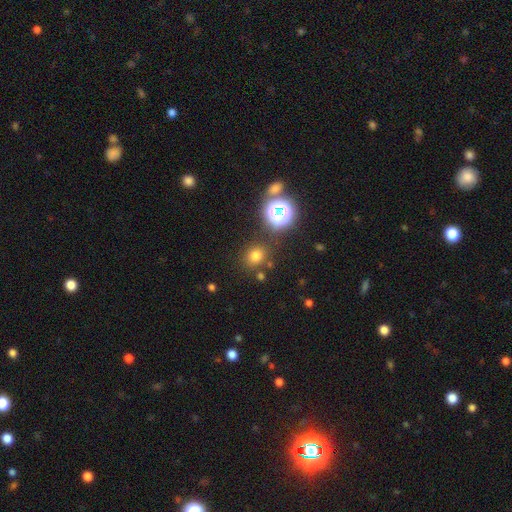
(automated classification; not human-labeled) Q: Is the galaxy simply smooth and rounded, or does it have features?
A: smooth — 71%.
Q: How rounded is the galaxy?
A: round — 79%.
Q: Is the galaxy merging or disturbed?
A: none — 83%.